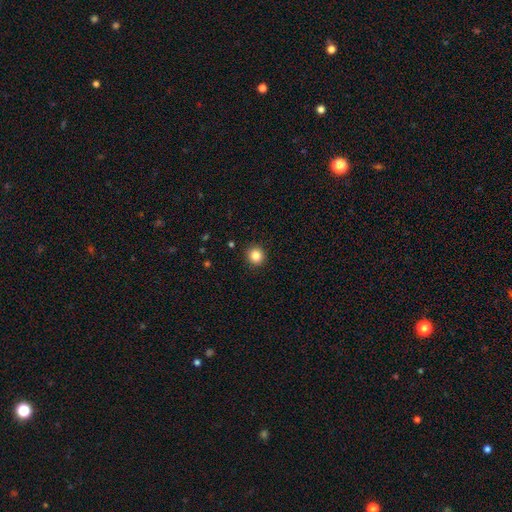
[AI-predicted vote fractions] Q: Smooth or featured?
A: smooth (85%); runner-up: star or artifact (11%)
Q: How rounded?
A: round (93%); runner-up: in between (6%)
Q: Merging?
A: none (92%); runner-up: minor disturbance (5%)